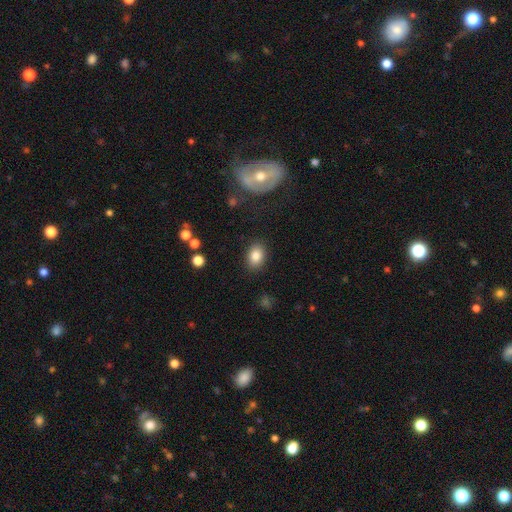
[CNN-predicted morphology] Smooth or featured: smooth — 84% (star or artifact — 9%)
How rounded: in between — 76% (round — 23%)
Merging: none — 86% (minor disturbance — 10%)